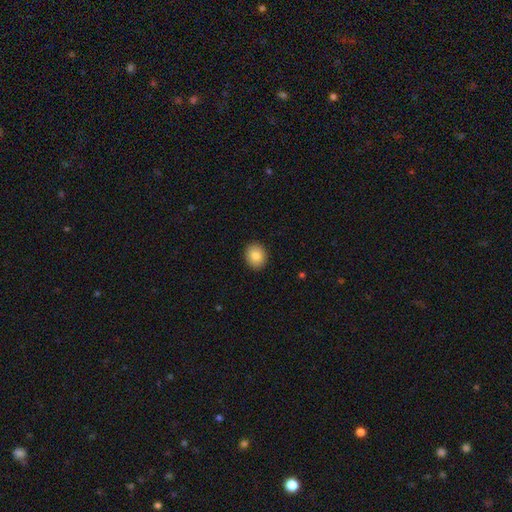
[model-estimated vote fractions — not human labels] This is clearly a smooth galaxy (84%). How rounded: likely round (70%). Merging: clearly none (91%).